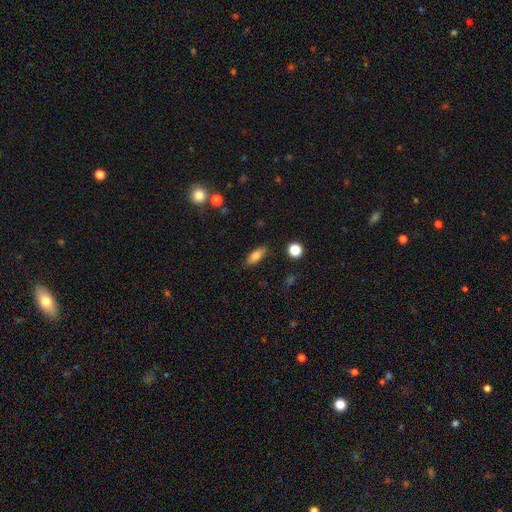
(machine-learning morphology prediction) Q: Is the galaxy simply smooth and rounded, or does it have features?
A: smooth — 80%.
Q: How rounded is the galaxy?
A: in between — 79%.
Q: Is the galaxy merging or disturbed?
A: none — 86%.